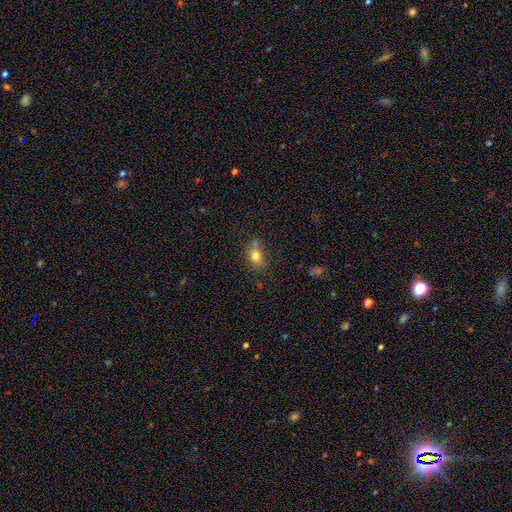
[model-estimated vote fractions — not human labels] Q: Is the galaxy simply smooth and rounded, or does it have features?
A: smooth — 77%.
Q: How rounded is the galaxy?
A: in between — 59%.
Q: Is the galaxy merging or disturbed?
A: none — 62%.